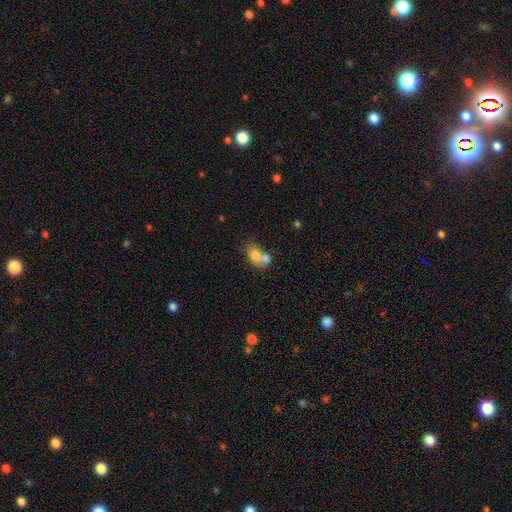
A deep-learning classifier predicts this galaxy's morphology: smooth-or-featured: smooth: 74% | featured or disk: 16% | star or artifact: 9%
  how-rounded: in between: 62% | round: 37% | cigar-shaped: 1%
  merging: merger: 60% | none: 27% | minor disturbance: 9% | major disturbance: 4%